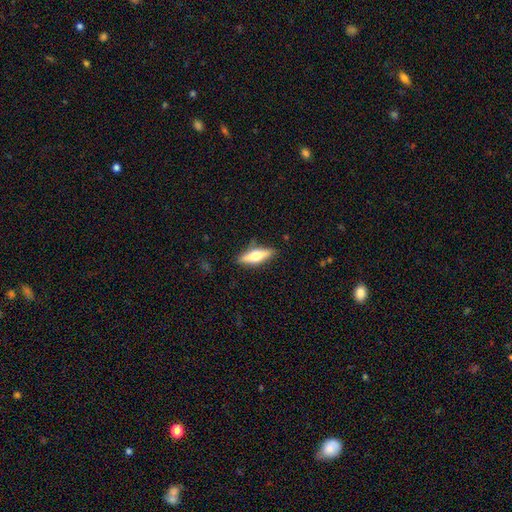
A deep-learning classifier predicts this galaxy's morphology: Overall: smooth (50%; featured or disk 44%). Merging: none (82%).